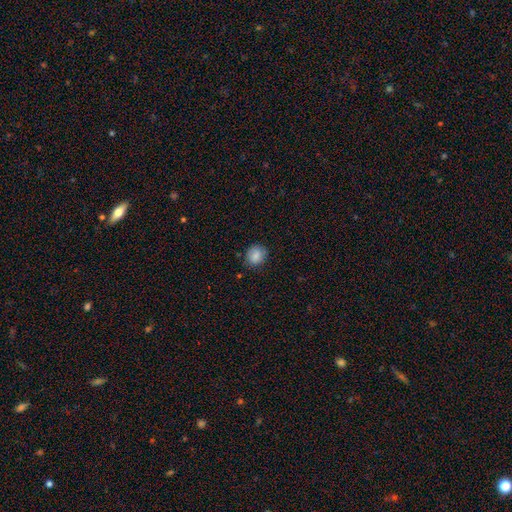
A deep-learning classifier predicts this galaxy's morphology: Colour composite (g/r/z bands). It shows a smooth galaxy with no disk features (85%) that is round (68%). Merging: none (82%).